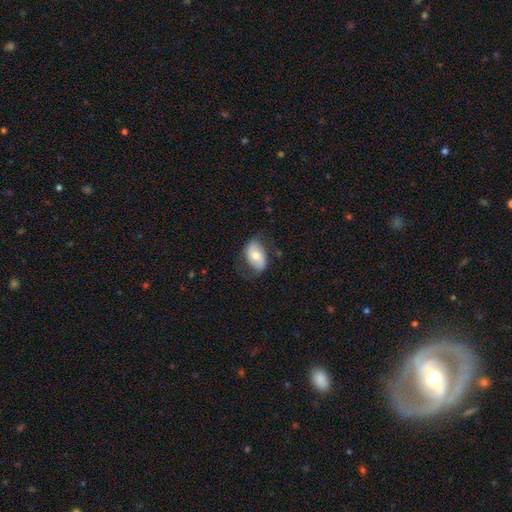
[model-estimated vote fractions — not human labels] smooth_or_featured: smooth (p=0.56) [alt: featured or disk p=0.37]
how_rounded: in between (p=0.89) [alt: round p=0.10]
merging: none (p=0.64) [alt: minor disturbance p=0.24]